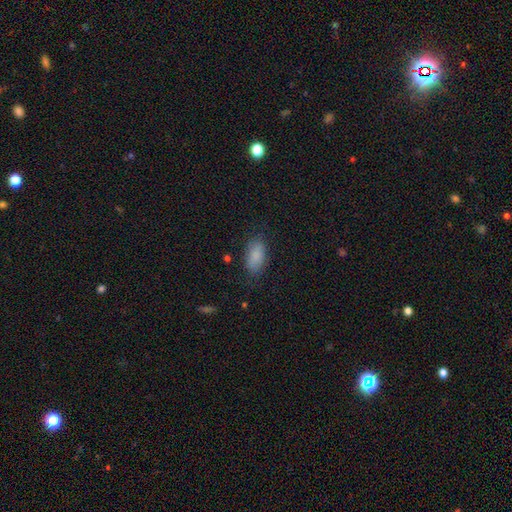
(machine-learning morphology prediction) The model was most divided on "merging": none: 79%, minor disturbance: 15%, major disturbance: 5%, merger: 1%. More confident: how rounded — in between (91%); smooth or featured — smooth (86%).